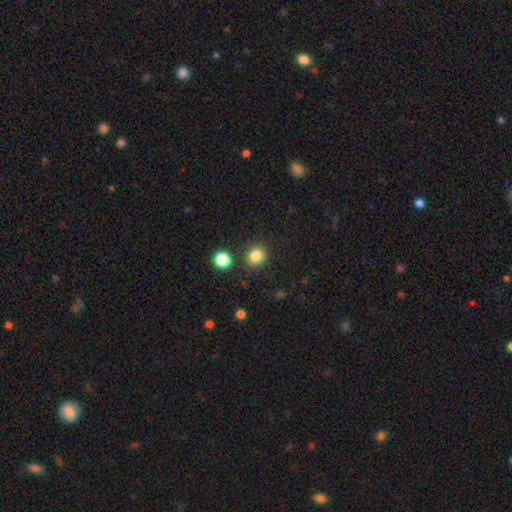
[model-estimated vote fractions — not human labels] This is clearly a smooth galaxy (84%). How rounded: likely round (79%). Merging: clearly none (86%).